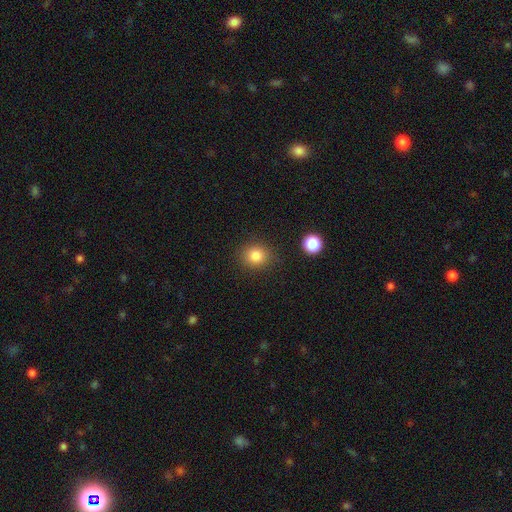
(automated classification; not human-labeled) A smooth galaxy with no disk features (83%) that is round (81%).

Vote fractions:
- Smooth or featured? smooth: 83% / star or artifact: 11% / featured or disk: 5%
- How rounded? round: 81% / in between: 18% / cigar-shaped: 1%
- Merging? none: 85% / minor disturbance: 9% / major disturbance: 3% / merger: 2%